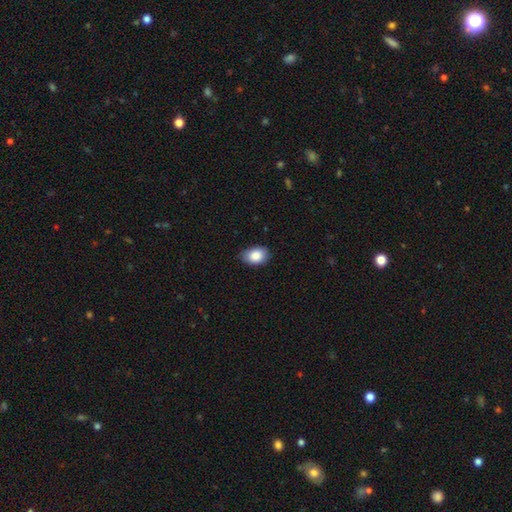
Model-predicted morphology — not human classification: A smooth galaxy with no disk features (87%) that is in between round and cigar-shaped (80%).

Vote fractions:
- Smooth or featured? smooth: 87% / star or artifact: 8% / featured or disk: 6%
- How rounded? in between: 80% / round: 19% / cigar-shaped: 1%
- Merging? none: 75% / minor disturbance: 21% / major disturbance: 3% / merger: 1%